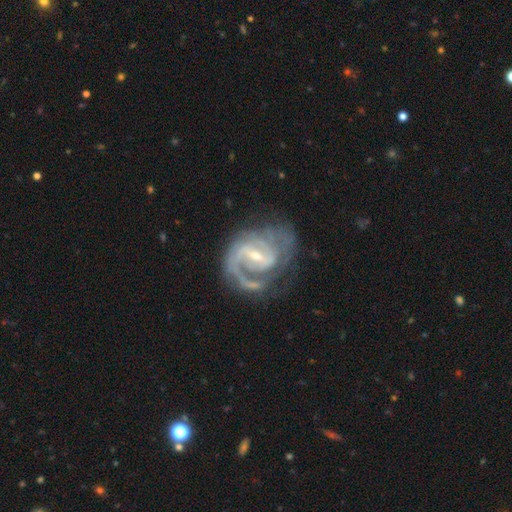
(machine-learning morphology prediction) Smooth or featured?
  - featured or disk: 90% *
  - smooth: 5%
  - star or artifact: 5%
Edge-on disk?
  - no: 98% *
  - yes: 2%
Bar?
  - weak: 50% *
  - strong: 41%
  - no: 10%
Spiral arms?
  - yes: 96% *
  - no: 4%
Spiral winding?
  - medium: 48% *
  - tight: 36%
  - loose: 16%
Spiral arm count?
  - 2: 55% *
  - 1: 16%
  - can't tell: 13%
  - 3: 11%
  - 4: 3%
  - more than 4: 3%
Bulge size?
  - small: 60% *
  - moderate: 32%
  - none: 5%
  - large: 2%
  - dominant: 1%
Merging?
  - none: 53% *
  - major disturbance: 23%
  - minor disturbance: 21%
  - merger: 3%